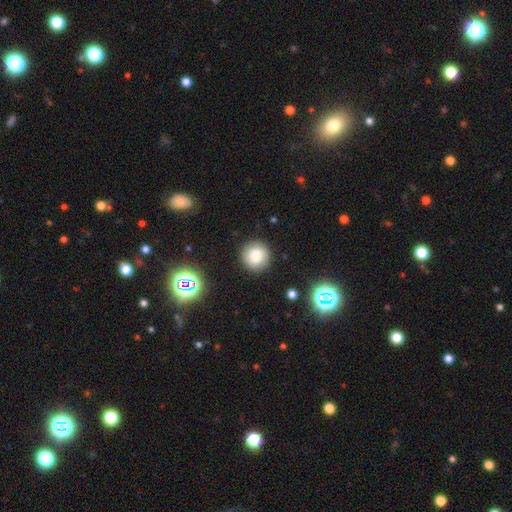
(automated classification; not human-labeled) A smooth galaxy with no disk features (78%) that is round (93%).

Vote fractions:
- Smooth or featured? smooth: 78% / star or artifact: 12% / featured or disk: 10%
- How rounded? round: 93% / in between: 6% / cigar-shaped: 1%
- Merging? none: 88% / minor disturbance: 8% / major disturbance: 3% / merger: 1%